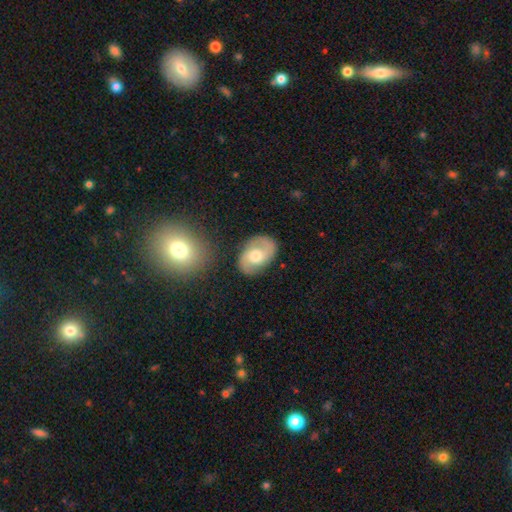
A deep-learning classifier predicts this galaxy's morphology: Overall: featured or disk (69%). Edge-on disk: no (97%). Bar: no (55%; weak 38%). Spiral arms: yes (90%). Spiral arm count: 2 (89%). Spiral winding: medium (51%; loose 27%). Bulge size: moderate (68%). Merging: none (79%).